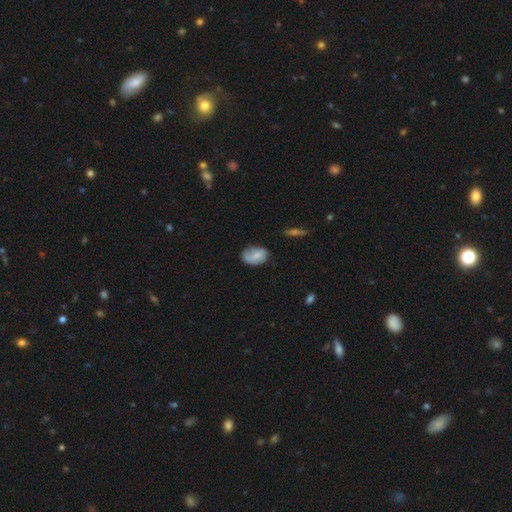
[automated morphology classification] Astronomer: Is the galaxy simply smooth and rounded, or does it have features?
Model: smooth — 62%.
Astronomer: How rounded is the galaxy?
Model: in between — 81%.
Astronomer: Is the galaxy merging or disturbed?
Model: none — 54% (runner-up: minor disturbance, 32%).